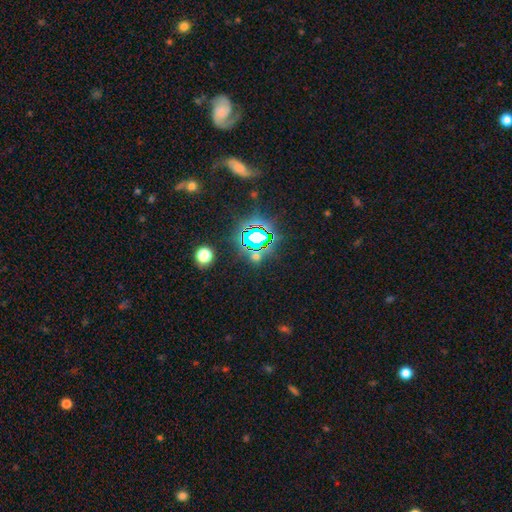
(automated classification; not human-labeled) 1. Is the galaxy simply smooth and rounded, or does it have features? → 74% star or artifact, 15% smooth, 10% featured or disk.